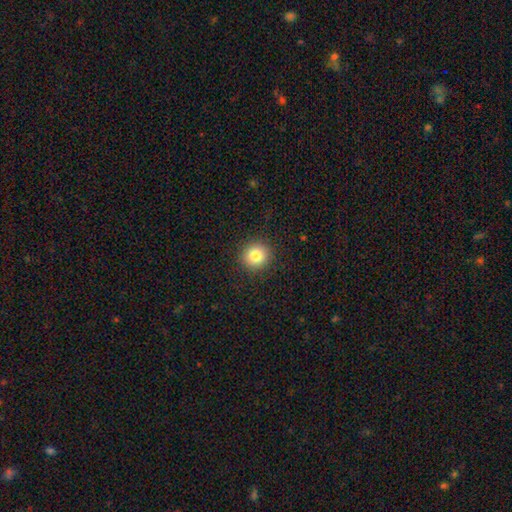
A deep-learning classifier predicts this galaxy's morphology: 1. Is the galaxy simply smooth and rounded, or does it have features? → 83% smooth, 10% star or artifact, 6% featured or disk.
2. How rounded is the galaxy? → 91% round, 8% in between, 1% cigar-shaped.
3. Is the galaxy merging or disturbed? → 91% none, 6% minor disturbance, 2% major disturbance, 1% merger.